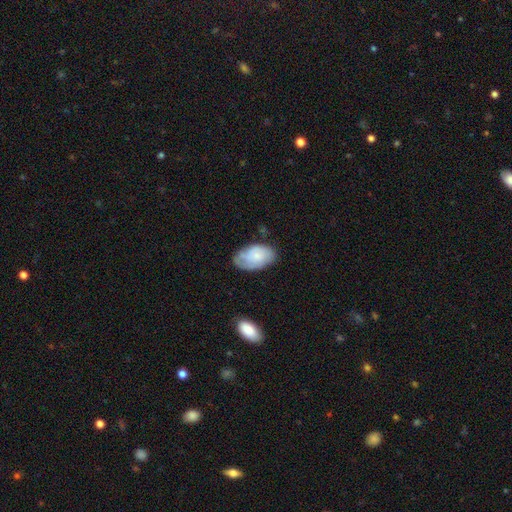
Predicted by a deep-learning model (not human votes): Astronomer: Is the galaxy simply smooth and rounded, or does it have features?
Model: smooth — 58% (runner-up: featured or disk, 35%).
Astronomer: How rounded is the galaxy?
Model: in between — 93%.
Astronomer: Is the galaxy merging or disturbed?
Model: none — 59%.